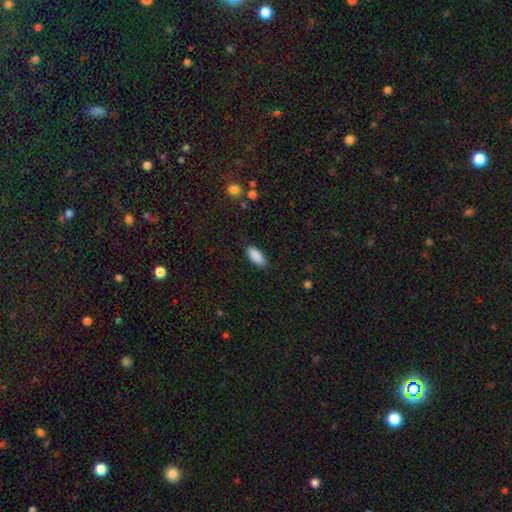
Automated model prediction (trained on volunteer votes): Smooth or featured?
  - smooth: 89% *
  - star or artifact: 7%
  - featured or disk: 4%
How rounded?
  - in between: 84% *
  - cigar-shaped: 14%
  - round: 2%
Merging?
  - none: 84% *
  - minor disturbance: 12%
  - major disturbance: 3%
  - merger: 1%